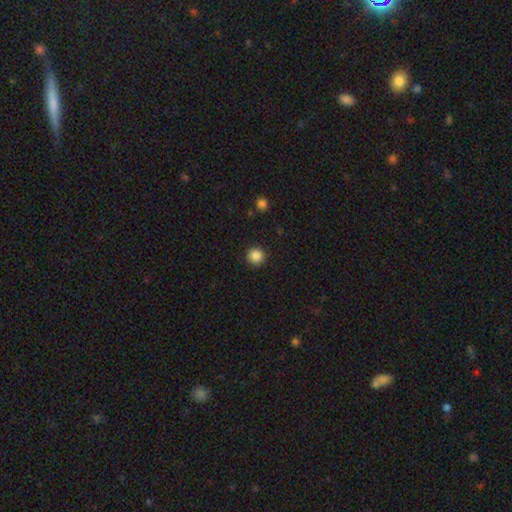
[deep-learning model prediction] This appears to be a smooth galaxy with no disk features (87%) that is round (95%). Merging: none (92%).